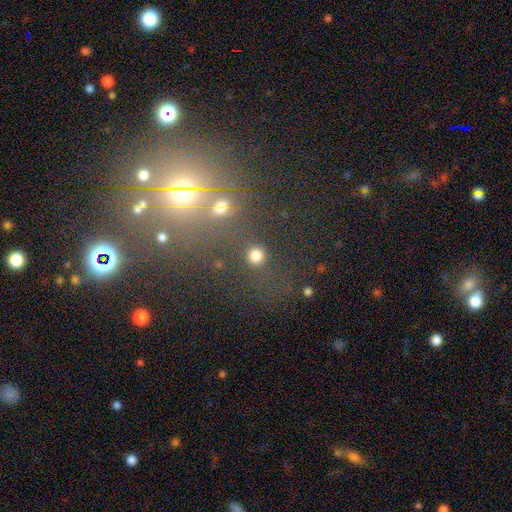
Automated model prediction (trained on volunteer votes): Smooth or featured? Predicted: smooth (p=0.78). How rounded? Predicted: round (p=0.91). Merging? Predicted: none (p=0.76).